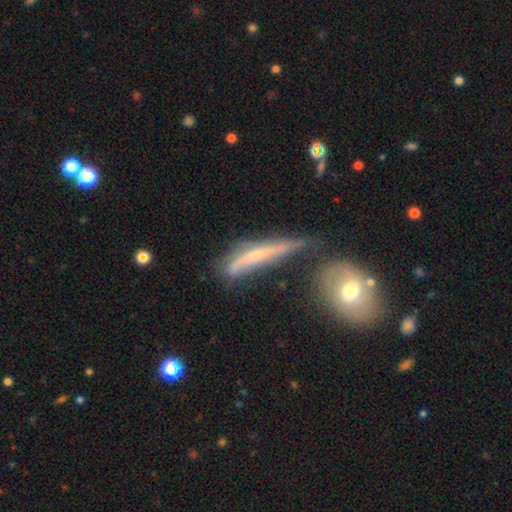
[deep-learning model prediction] Overall: featured or disk (53%; smooth 38%). Edge-on disk: yes (76%). Merging: none (42%; minor disturbance 26%).